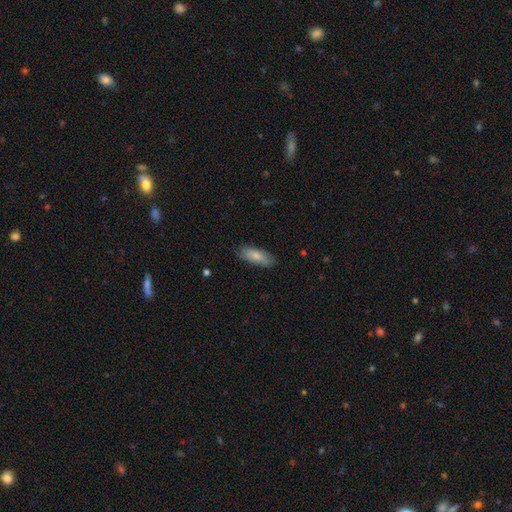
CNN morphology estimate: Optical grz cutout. It shows a smooth galaxy with no disk features (77%) that is in between round and cigar-shaped (73%). Merging: none (76%).